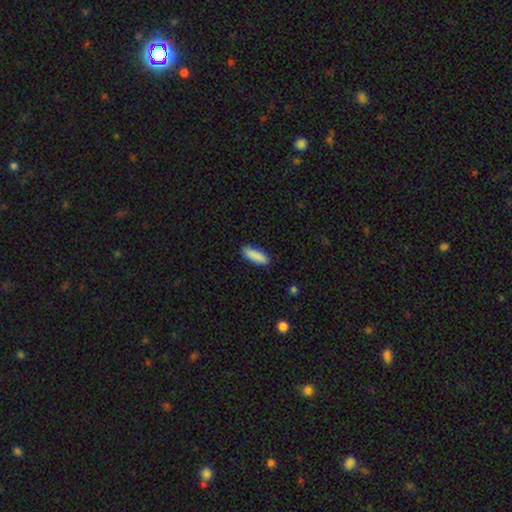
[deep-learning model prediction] smooth 89%, star or artifact 6%, featured or disk 5%. Down the decision tree: how rounded — cigar-shaped (51%); merging — none (89%).